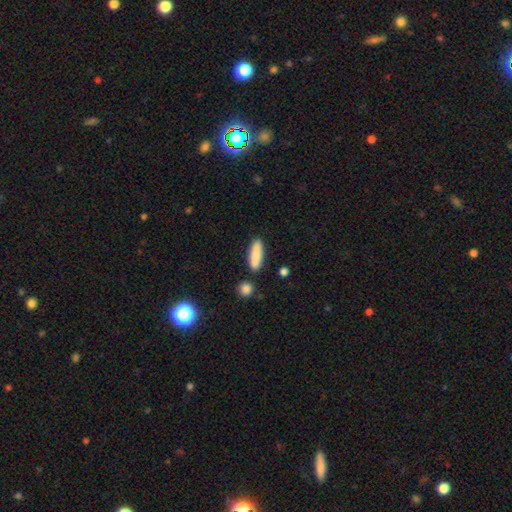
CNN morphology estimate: type=smooth (86%); roundness=cigar-shaped (57%); merging=none (84%).